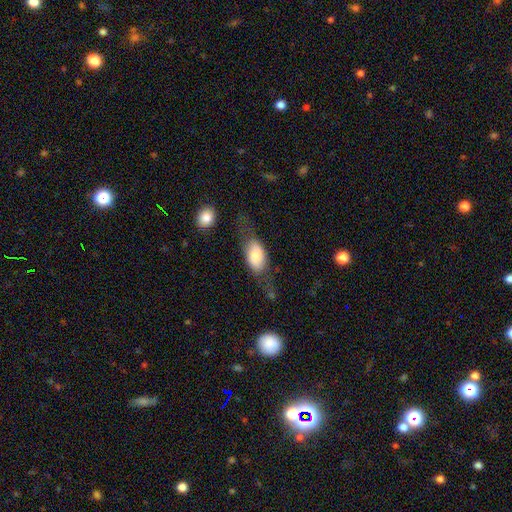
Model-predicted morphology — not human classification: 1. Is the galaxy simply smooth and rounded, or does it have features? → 72% smooth, 21% featured or disk, 7% star or artifact.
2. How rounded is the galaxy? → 86% in between, 7% cigar-shaped, 7% round.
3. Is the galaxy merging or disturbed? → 44% none, 26% minor disturbance, 23% major disturbance, 7% merger.